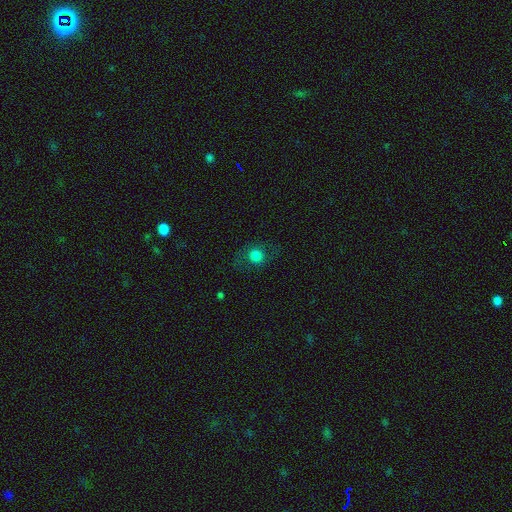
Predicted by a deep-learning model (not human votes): Smooth or featured? smooth (71%)
How rounded? round (83%)
Merging? none (77%)